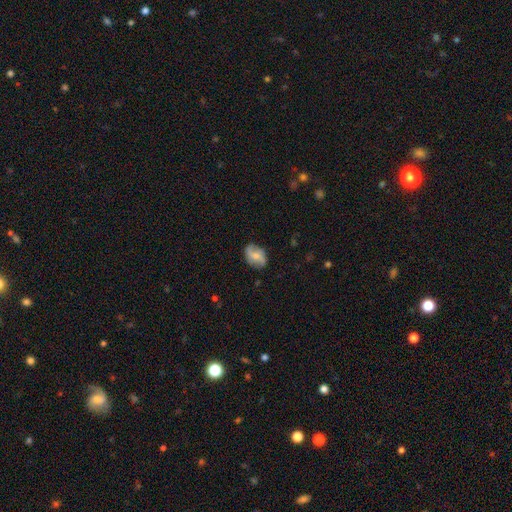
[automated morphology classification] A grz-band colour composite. It shows a featured or disk galaxy (49%). Merging: none (76%).